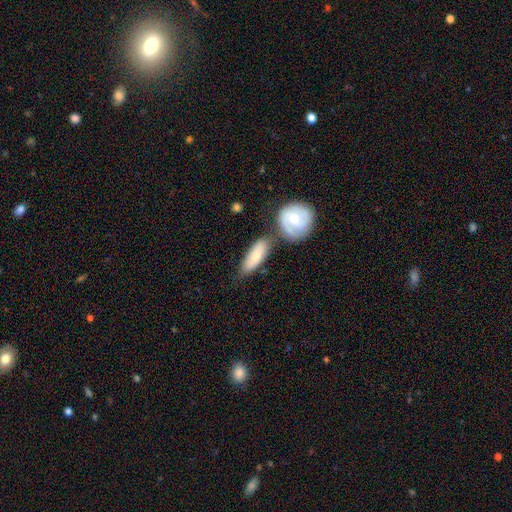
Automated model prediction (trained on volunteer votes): Smooth or featured? Predicted: smooth (p=0.71). How rounded? Predicted: in between (p=0.57). Merging? Predicted: none (p=0.57).